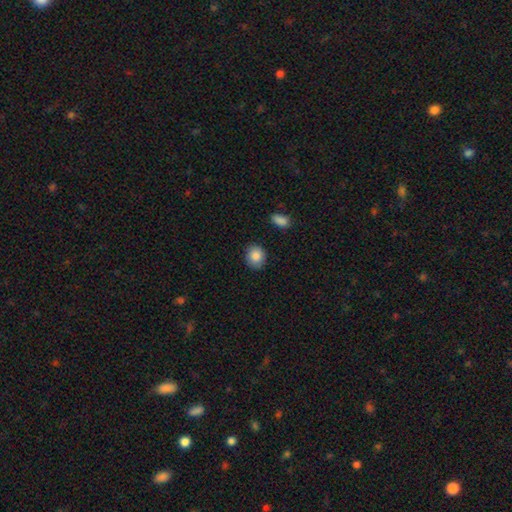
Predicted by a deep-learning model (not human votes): A smooth galaxy with no disk features (88%) that is round (75%). Merging: none (86%).